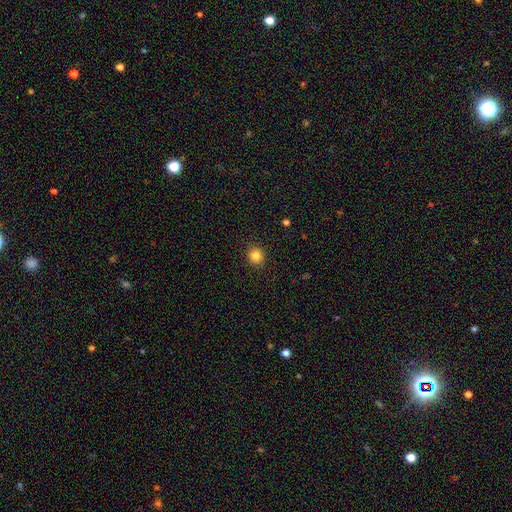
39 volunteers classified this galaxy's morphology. Smooth or featured?
  - smooth: 87% *
  - star or artifact: 10%
  - featured or disk: 3%
How rounded?
  - round: 82% *
  - in between: 18%
  - cigar-shaped: 0%
Merging?
  - none: 94% *
  - minor disturbance: 6%
  - major disturbance: 0%
  - merger: 0%